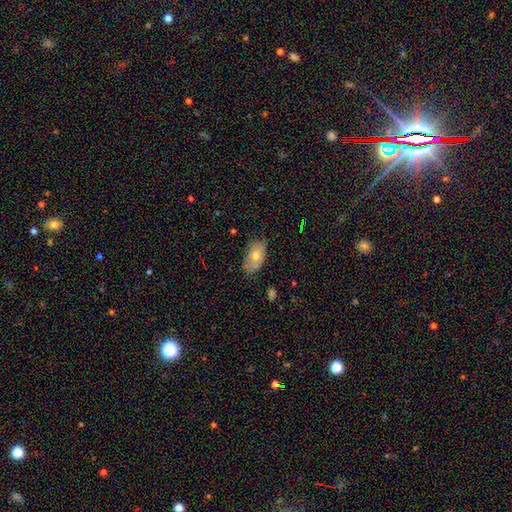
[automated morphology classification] Smooth or featured? smooth (56%)
How rounded? in between (90%)
Merging? none (69%)